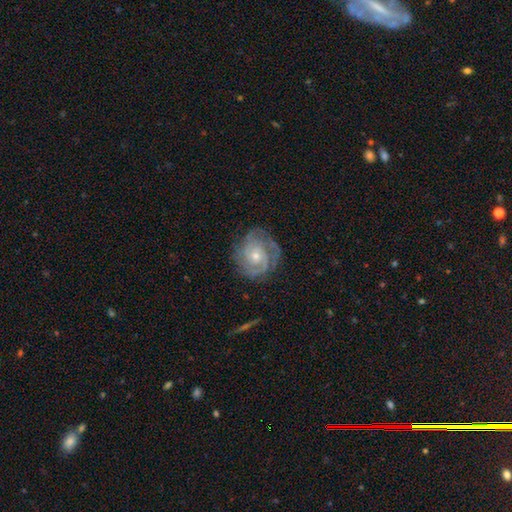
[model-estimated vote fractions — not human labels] This is clearly a featured or disk galaxy (83%). It is clearly not viewed edge-on (97%). Bar: likely no (74%). Spiral arm pattern: clearly yes (95%). Spiral arm count: marginally 2 (28%). Spiral winding: likely tight (68%). Central bulge: possibly small (54%). Merging: likely none (75%).